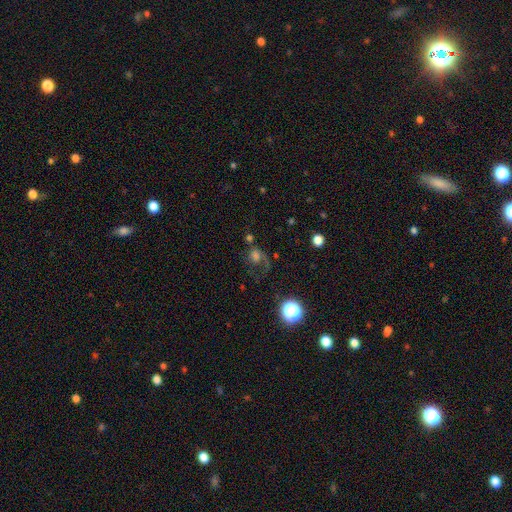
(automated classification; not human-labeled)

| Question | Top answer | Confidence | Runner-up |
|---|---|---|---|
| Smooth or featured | smooth | 48% | featured or disk (33%) |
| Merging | major disturbance | 40% | none (36%) |